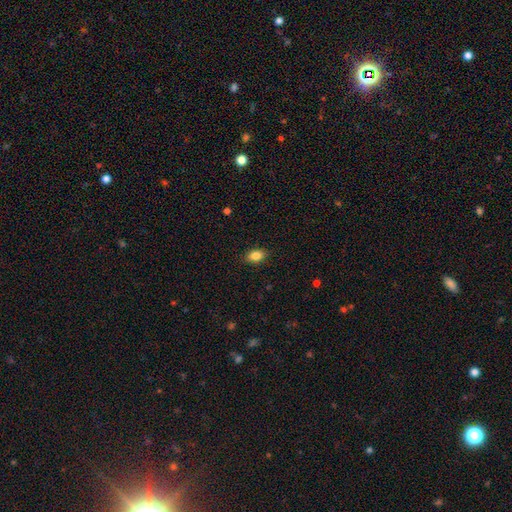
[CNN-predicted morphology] A smooth galaxy with no disk features (85%) that is in between round and cigar-shaped (81%). Merging: none (87%).